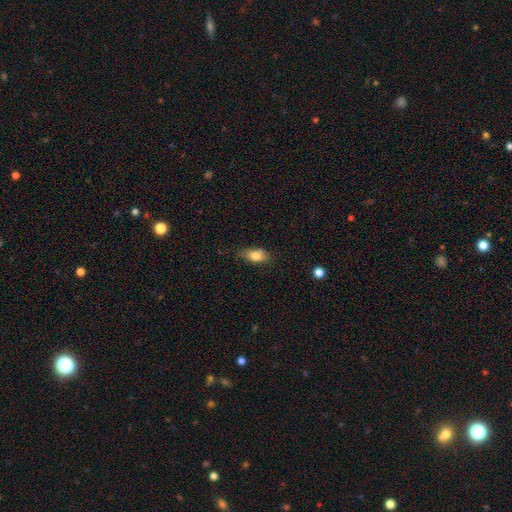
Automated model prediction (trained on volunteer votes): This appears to be a smooth galaxy with no disk features (80%) that is in between round and cigar-shaped (85%). Merging: none (74%).